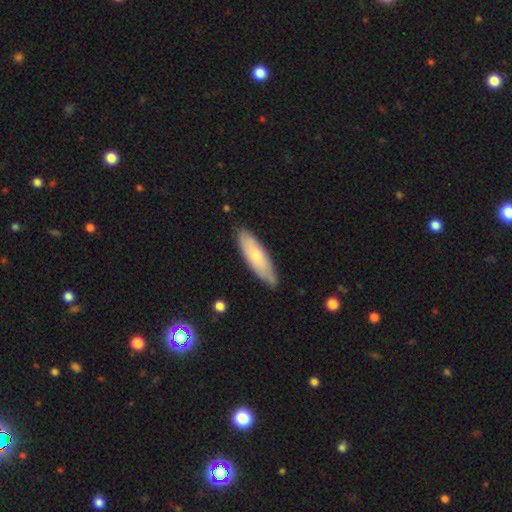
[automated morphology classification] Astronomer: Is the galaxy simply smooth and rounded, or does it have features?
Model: smooth — 63%.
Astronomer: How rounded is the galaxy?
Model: cigar-shaped — 56% (runner-up: in between, 42%).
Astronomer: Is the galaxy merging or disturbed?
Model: none — 80%.